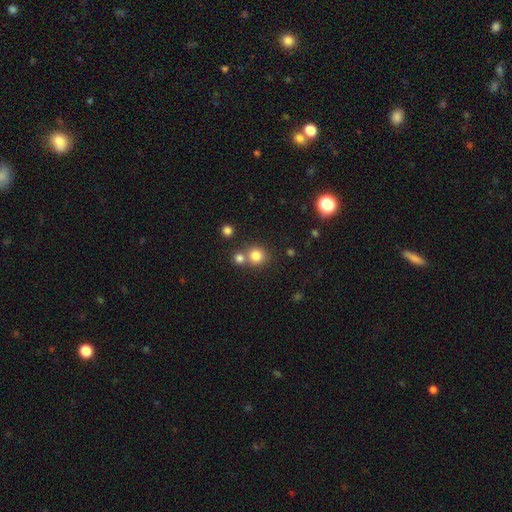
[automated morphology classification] The model was most divided on "merging": none: 60%, merger: 30%, minor disturbance: 7%, major disturbance: 3%. More confident: how rounded — round (88%); smooth or featured — smooth (80%).